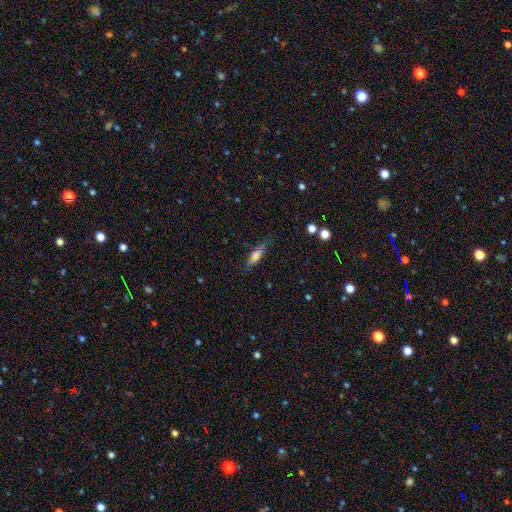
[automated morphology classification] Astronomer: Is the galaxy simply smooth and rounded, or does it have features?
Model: smooth — 56% (runner-up: featured or disk, 35%).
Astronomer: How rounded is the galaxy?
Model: cigar-shaped — 53% (runner-up: in between, 44%).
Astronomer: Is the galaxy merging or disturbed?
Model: none — 73%.